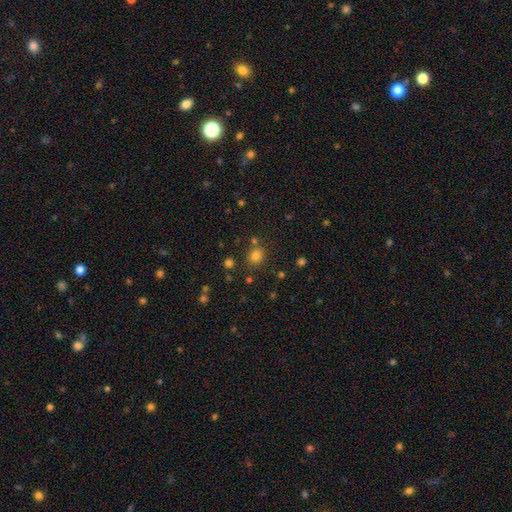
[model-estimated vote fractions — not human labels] Smooth or featured: smooth — 77% (star or artifact — 17%)
How rounded: round — 79% (in between — 20%)
Merging: none — 79% (minor disturbance — 9%)